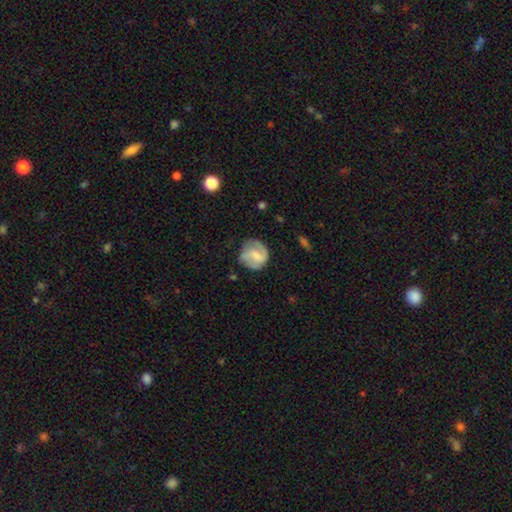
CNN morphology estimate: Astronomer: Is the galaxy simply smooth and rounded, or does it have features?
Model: featured or disk — 55% (runner-up: smooth, 38%).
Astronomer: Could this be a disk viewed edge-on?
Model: no — 98%.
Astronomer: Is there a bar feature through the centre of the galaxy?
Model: weak — 49% (runner-up: no, 32%).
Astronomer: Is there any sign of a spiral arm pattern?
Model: yes — 82%.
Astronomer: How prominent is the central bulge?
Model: moderate — 32% (runner-up: small, 31%).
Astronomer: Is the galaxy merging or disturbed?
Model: none — 63%.